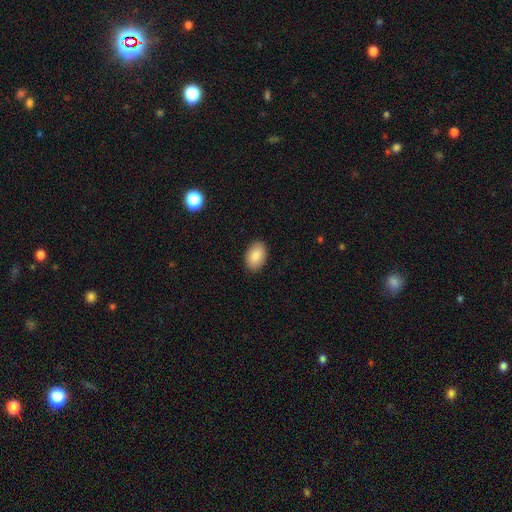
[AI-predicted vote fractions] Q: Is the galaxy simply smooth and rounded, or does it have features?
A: smooth — 87%.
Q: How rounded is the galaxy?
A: in between — 90%.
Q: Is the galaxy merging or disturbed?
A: none — 89%.